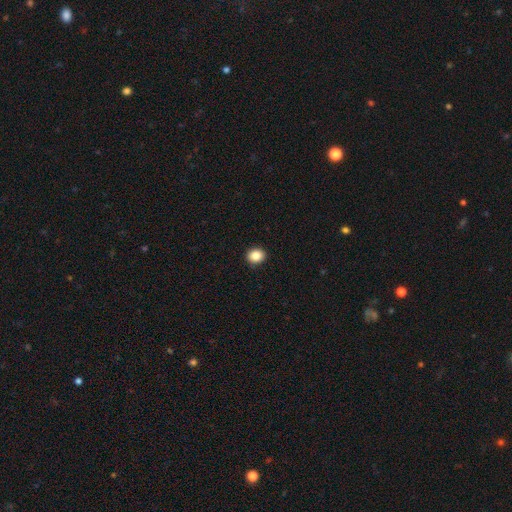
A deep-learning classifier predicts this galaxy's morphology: Smooth or featured?
  - smooth: 86% *
  - star or artifact: 10%
  - featured or disk: 4%
How rounded?
  - round: 72% *
  - in between: 27%
  - cigar-shaped: 1%
Merging?
  - none: 92% *
  - minor disturbance: 5%
  - major disturbance: 2%
  - merger: 1%